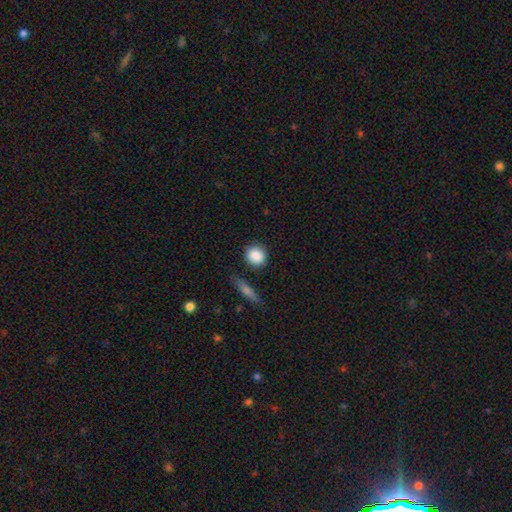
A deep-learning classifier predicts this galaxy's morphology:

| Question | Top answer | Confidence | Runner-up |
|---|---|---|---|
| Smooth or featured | smooth | 88% | star or artifact (7%) |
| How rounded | round | 81% | in between (17%) |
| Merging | none | 82% | minor disturbance (11%) |